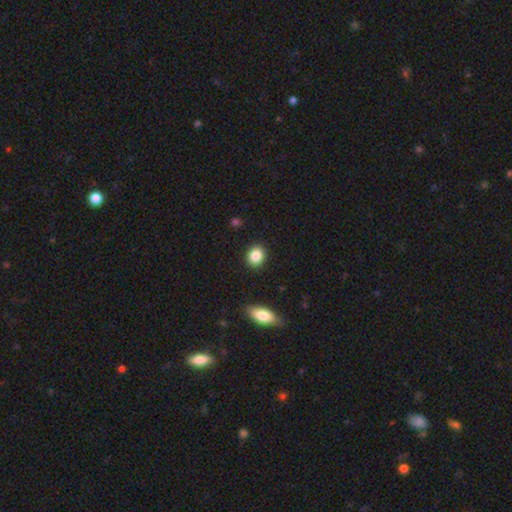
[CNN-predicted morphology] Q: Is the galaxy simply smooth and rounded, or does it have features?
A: smooth — 86%.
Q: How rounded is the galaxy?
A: round — 64%.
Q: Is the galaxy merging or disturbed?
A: none — 90%.